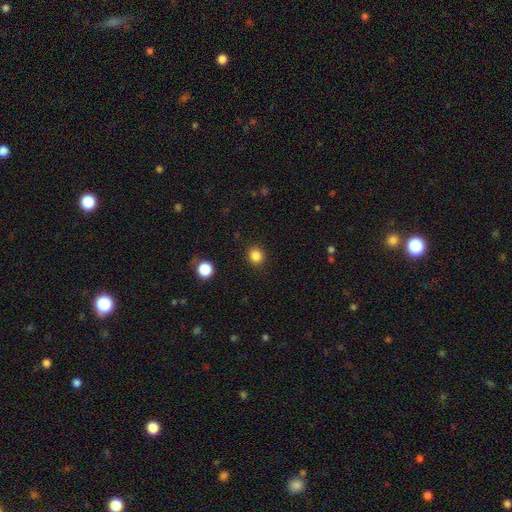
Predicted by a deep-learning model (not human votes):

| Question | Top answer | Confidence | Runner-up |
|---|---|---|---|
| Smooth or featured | smooth | 85% | star or artifact (12%) |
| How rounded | round | 86% | in between (13%) |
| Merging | none | 91% | minor disturbance (6%) |